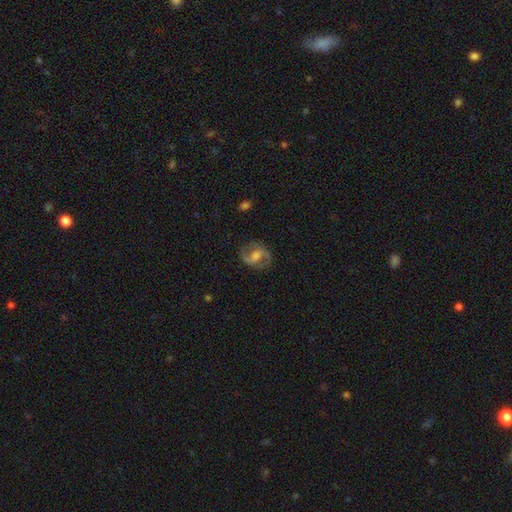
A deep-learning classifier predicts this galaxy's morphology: Smooth or featured?
  - featured or disk: 76% *
  - smooth: 17%
  - star or artifact: 7%
Edge-on disk?
  - no: 97% *
  - yes: 3%
Bar?
  - weak: 49% *
  - no: 27%
  - strong: 24%
Spiral arms?
  - yes: 91% *
  - no: 9%
Spiral winding?
  - medium: 51% *
  - loose: 35%
  - tight: 14%
Spiral arm count?
  - 2: 88% *
  - can't tell: 5%
  - 1: 3%
  - 3: 2%
  - 4: 1%
  - more than 4: 1%
Bulge size?
  - moderate: 39% *
  - small: 27%
  - none: 18%
  - large: 14%
  - dominant: 2%
Merging?
  - none: 75% *
  - minor disturbance: 15%
  - major disturbance: 9%
  - merger: 1%